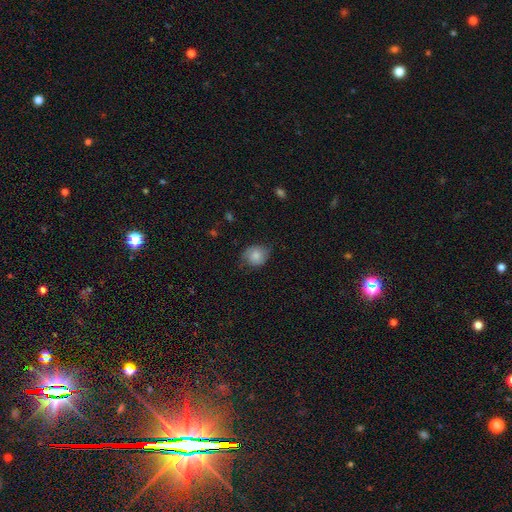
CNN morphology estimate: type=smooth (77%); roundness=round (66%); merging=none (63%).